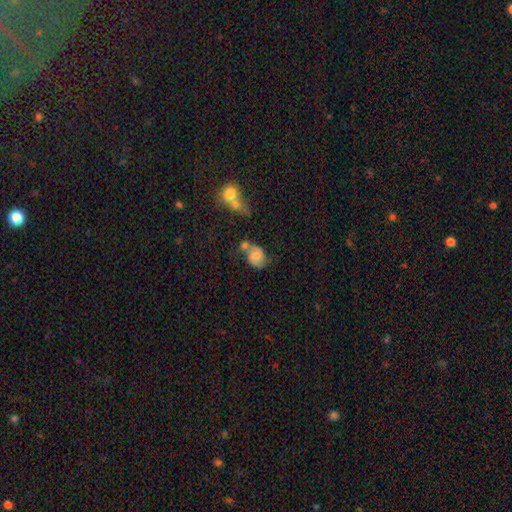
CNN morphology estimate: This is possibly a smooth galaxy (54%). How rounded: possibly in between (53%). Merging: marginally none (42%).